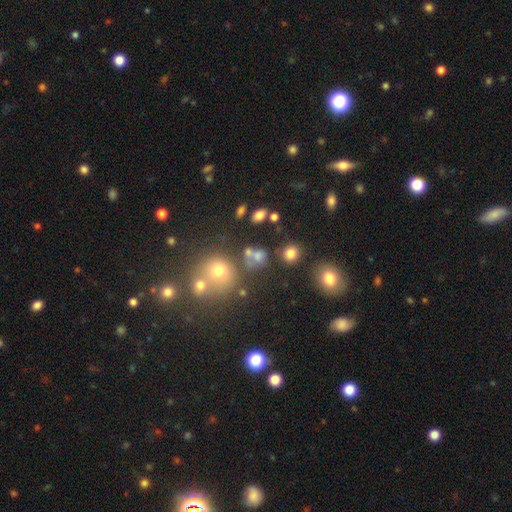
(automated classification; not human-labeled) Morphology: type=smooth (65%); roundness=round (61%); merging=none (49%).